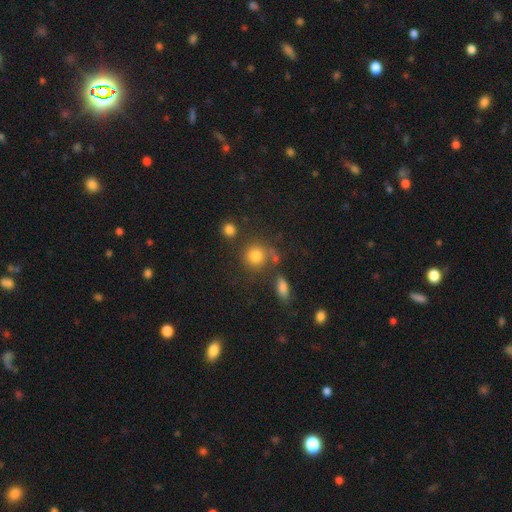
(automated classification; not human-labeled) smooth_or_featured: smooth (p=0.79) [alt: star or artifact p=0.12]
how_rounded: round (p=0.86) [alt: in between p=0.12]
merging: none (p=0.63) [alt: merger p=0.16]